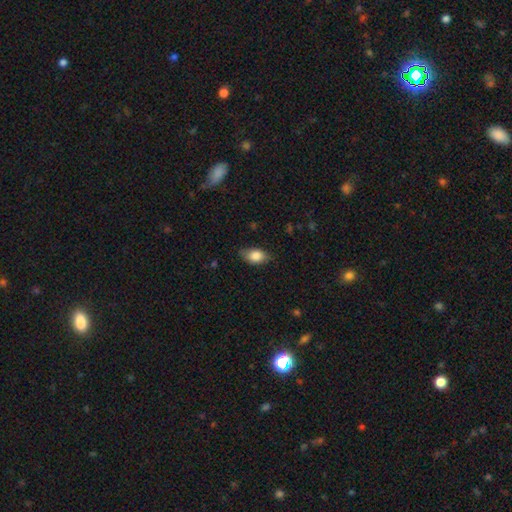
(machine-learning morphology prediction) Smooth or featured? Predicted: smooth (p=0.83). How rounded? Predicted: in between (p=0.87). Merging? Predicted: none (p=0.75).